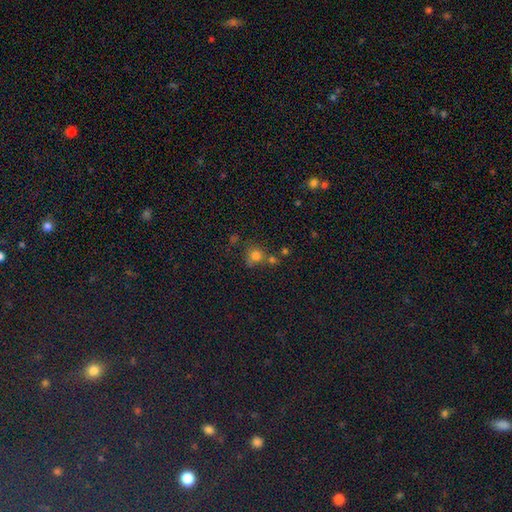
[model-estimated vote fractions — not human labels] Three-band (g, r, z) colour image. It shows a smooth galaxy with no disk features (74%) that is round (87%). Merging: none (57%).